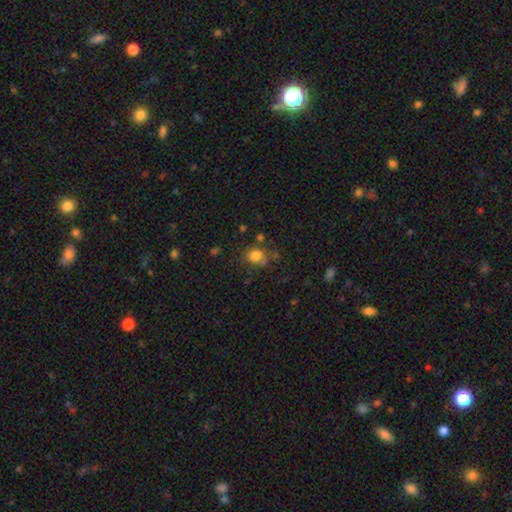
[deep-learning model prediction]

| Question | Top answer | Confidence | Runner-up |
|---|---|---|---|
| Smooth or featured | smooth | 79% | star or artifact (13%) |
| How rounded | round | 66% | in between (33%) |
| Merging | none | 64% | minor disturbance (18%) |